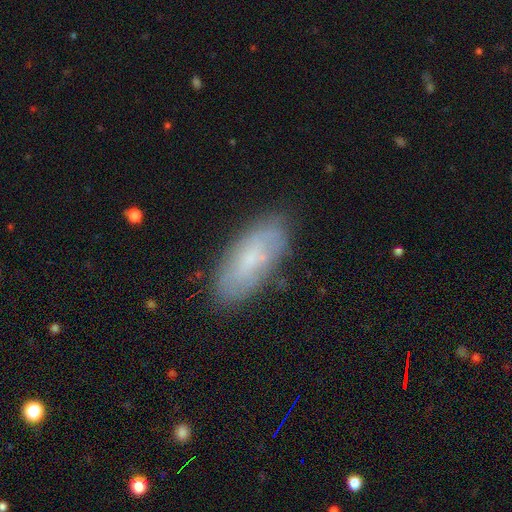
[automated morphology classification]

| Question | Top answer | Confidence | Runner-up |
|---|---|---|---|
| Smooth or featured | smooth | 59% | featured or disk (33%) |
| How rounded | in between | 79% | cigar-shaped (19%) |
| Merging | none | 82% | minor disturbance (14%) |